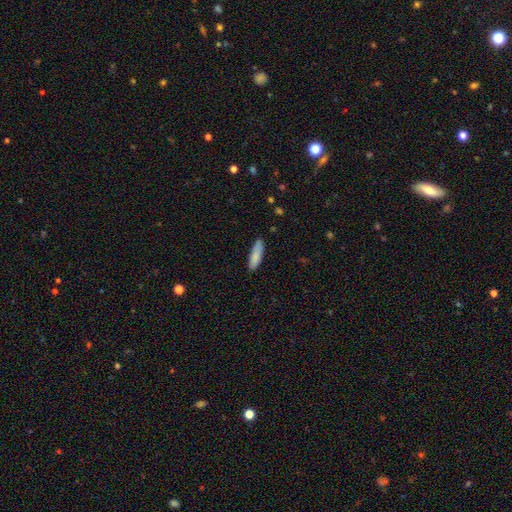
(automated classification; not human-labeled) Q: Smooth or featured?
A: smooth (85%); runner-up: featured or disk (9%)
Q: How rounded?
A: cigar-shaped (59%); runner-up: in between (39%)
Q: Merging?
A: none (83%); runner-up: minor disturbance (14%)